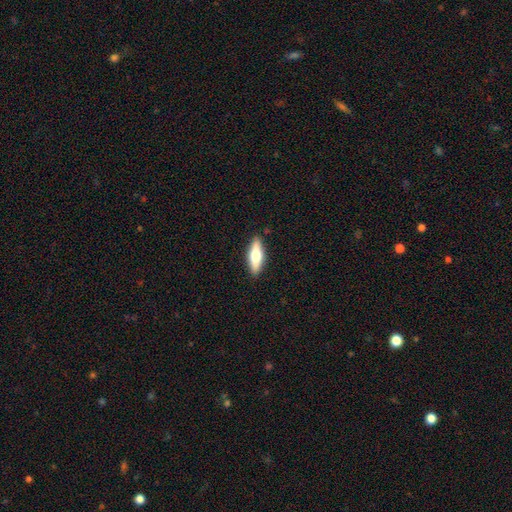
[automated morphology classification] smooth-or-featured: smooth: 56% | featured or disk: 38% | star or artifact: 6%
  how-rounded: cigar-shaped: 51% | in between: 47% | round: 2%
  merging: none: 89% | minor disturbance: 8% | major disturbance: 2% | merger: 1%